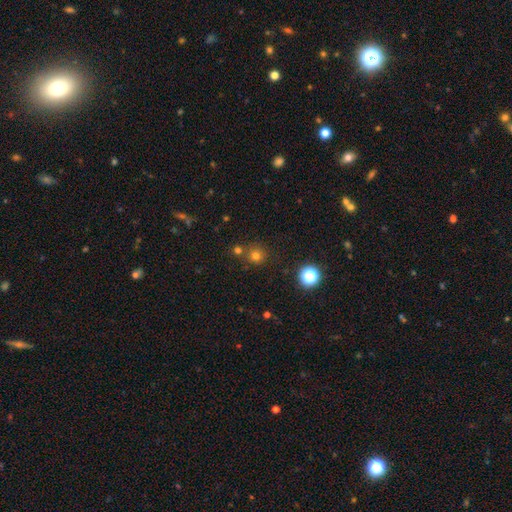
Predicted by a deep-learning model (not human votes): This appears to be a smooth galaxy with no disk features (72%) that is round (92%). Merging: none (74%).